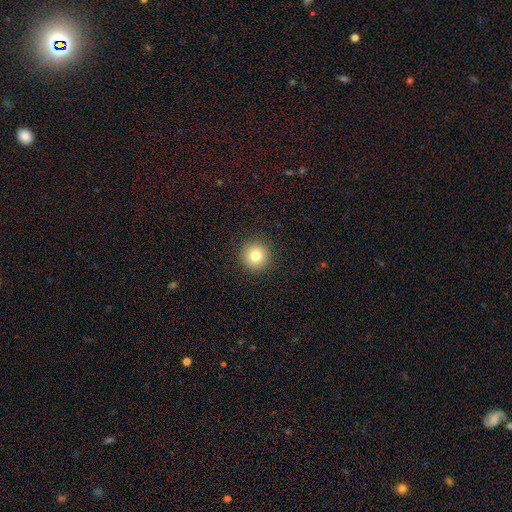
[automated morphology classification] Q: Smooth or featured?
A: smooth (80%); runner-up: star or artifact (12%)
Q: How rounded?
A: round (96%); runner-up: in between (3%)
Q: Merging?
A: none (92%); runner-up: minor disturbance (5%)